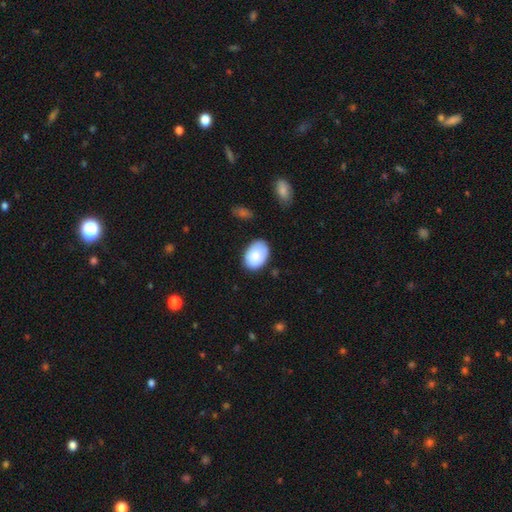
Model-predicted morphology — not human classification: smooth-or-featured: smooth: 85% | featured or disk: 9% | star or artifact: 6%
  how-rounded: in between: 84% | round: 15% | cigar-shaped: 1%
  merging: none: 79% | minor disturbance: 16% | major disturbance: 3% | merger: 2%